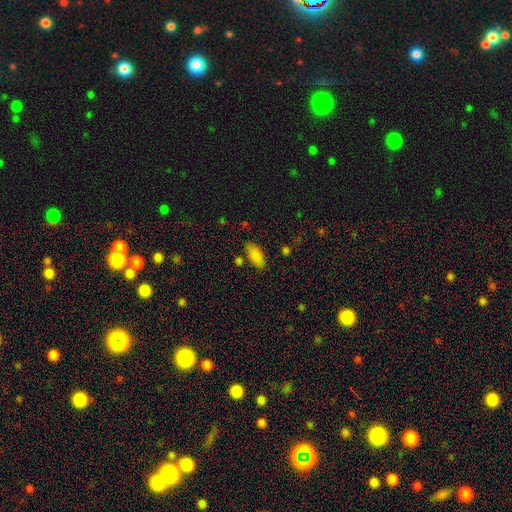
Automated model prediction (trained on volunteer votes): smooth_or_featured: smooth (p=0.84) [alt: star or artifact p=0.11]
how_rounded: in between (p=0.88) [alt: cigar-shaped p=0.10]
merging: none (p=0.75) [alt: minor disturbance p=0.16]